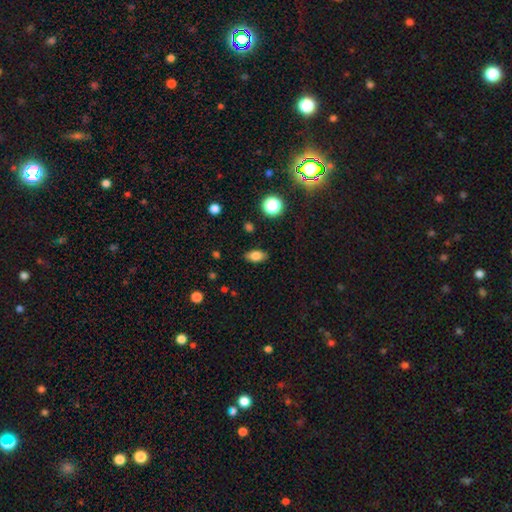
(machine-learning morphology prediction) Smooth or featured: smooth — 81% (star or artifact — 10%)
How rounded: in between — 88% (round — 8%)
Merging: none — 87% (minor disturbance — 9%)